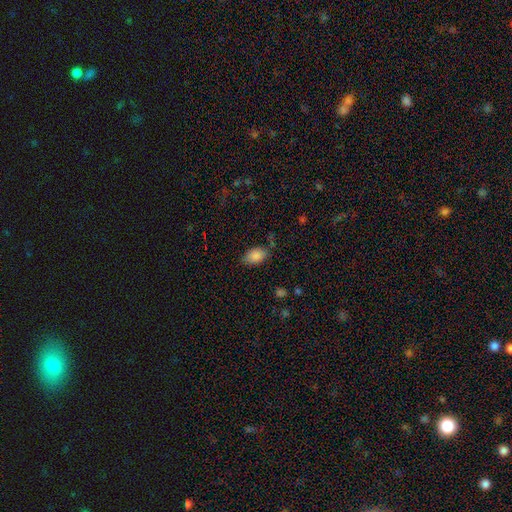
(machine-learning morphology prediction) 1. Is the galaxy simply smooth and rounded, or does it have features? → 87% smooth, 8% star or artifact, 6% featured or disk.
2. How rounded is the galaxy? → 91% in between, 7% round, 2% cigar-shaped.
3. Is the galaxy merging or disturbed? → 77% none, 17% minor disturbance, 4% major disturbance, 2% merger.